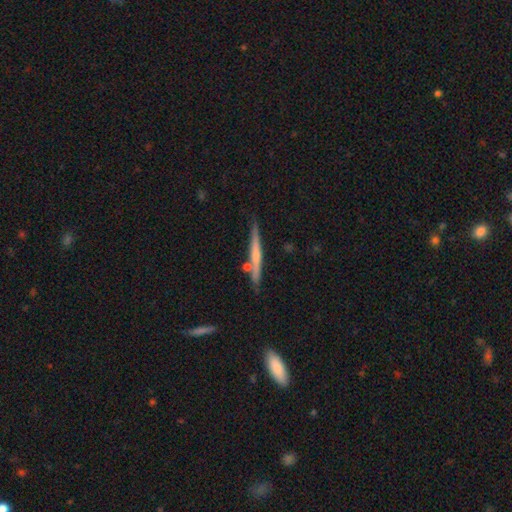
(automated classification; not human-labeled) The model was most divided on "edge-on bulge": none: 52%, rounded: 40%, boxy: 8%. More confident: edge-on disk — yes (97%); merging — none (80%); smooth or featured — featured or disk (54%).